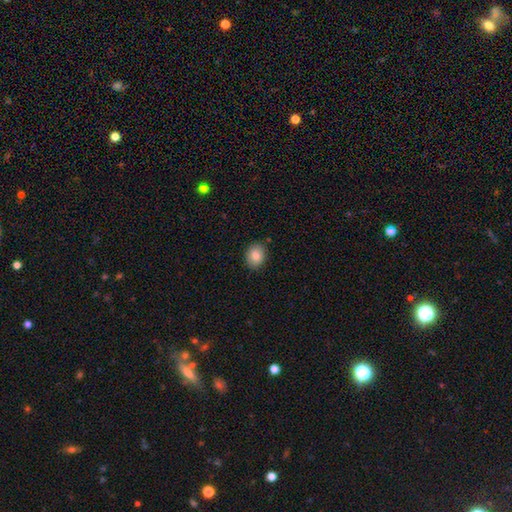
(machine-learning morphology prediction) A smooth galaxy with no disk features (85%) that is round (50%).

Vote fractions:
- Smooth or featured? smooth: 85% / star or artifact: 8% / featured or disk: 7%
- How rounded? round: 50% / in between: 49% / cigar-shaped: 1%
- Merging? none: 87% / minor disturbance: 9% / major disturbance: 2% / merger: 1%